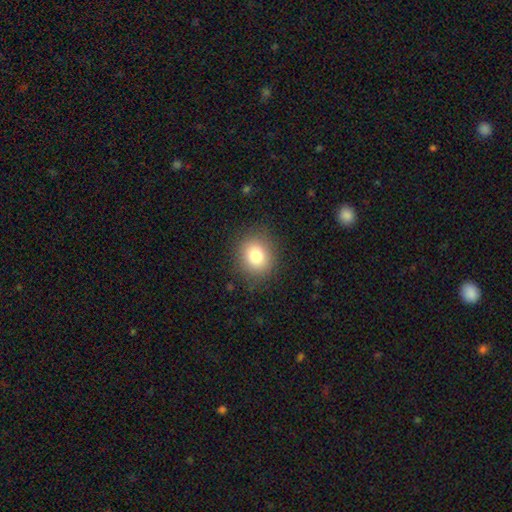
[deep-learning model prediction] Smooth or featured?
  - smooth: 81% *
  - star or artifact: 11%
  - featured or disk: 8%
How rounded?
  - round: 71% *
  - in between: 28%
  - cigar-shaped: 1%
Merging?
  - none: 85% *
  - minor disturbance: 10%
  - major disturbance: 3%
  - merger: 1%